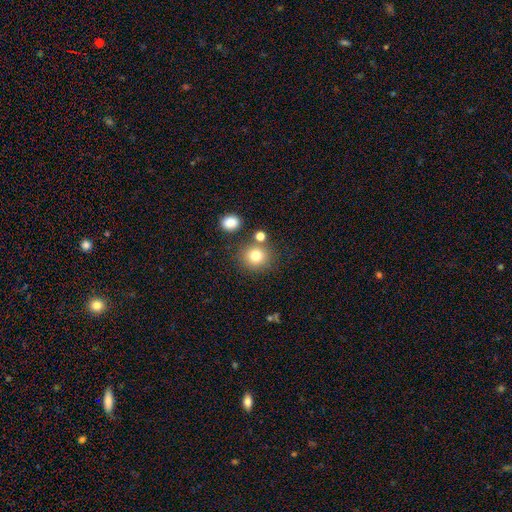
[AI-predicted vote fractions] Smooth or featured? smooth (78%)
How rounded? round (87%)
Merging? none (77%)